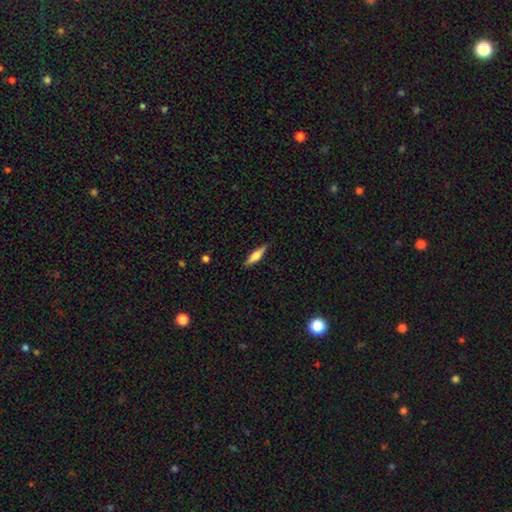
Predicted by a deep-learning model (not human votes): This is possibly a smooth galaxy (60%). How rounded: likely cigar-shaped (71%). Merging: clearly none (86%).